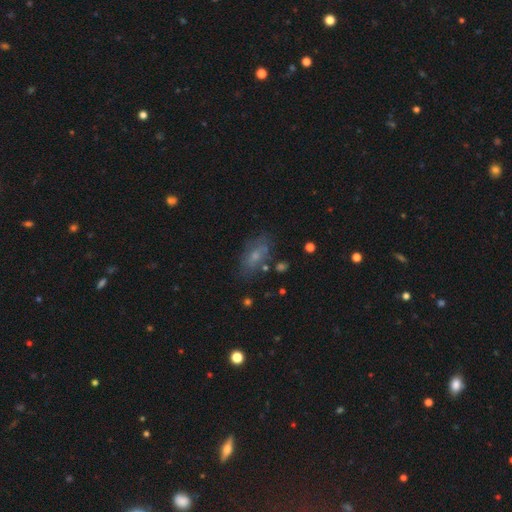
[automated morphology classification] Overall: smooth (54%; featured or disk 32%). How rounded: in between (84%). Merging: none (67%).